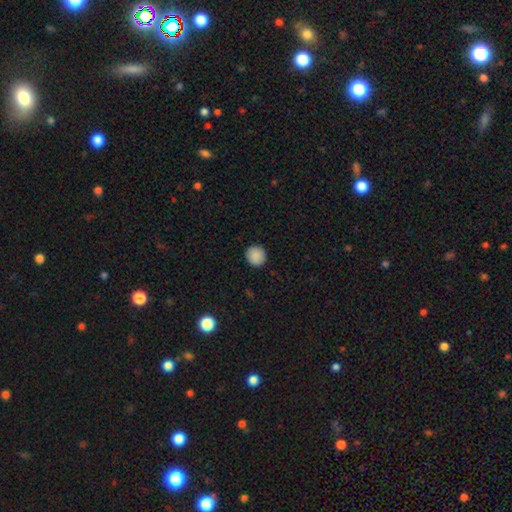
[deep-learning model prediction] The model was most divided on "smooth or featured": smooth: 89%, star or artifact: 8%, featured or disk: 3%. More confident: how rounded — round (93%); merging — none (91%).